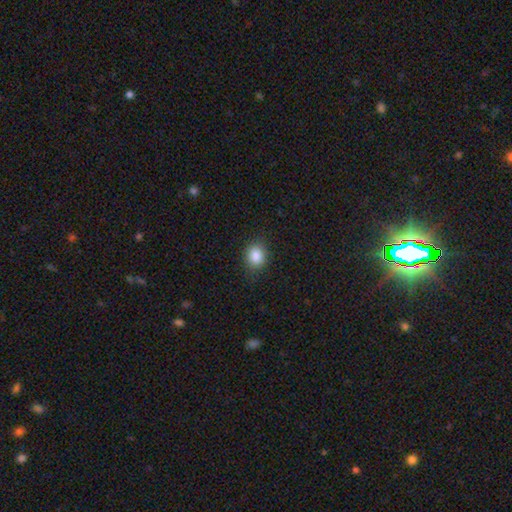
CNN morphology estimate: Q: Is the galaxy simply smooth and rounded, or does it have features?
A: smooth — 87%.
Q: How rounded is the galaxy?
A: round — 53%.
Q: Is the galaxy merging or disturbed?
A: none — 82%.